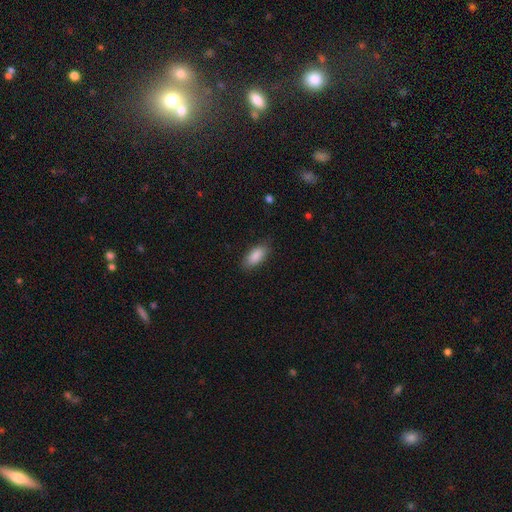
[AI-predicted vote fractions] smooth 88%, star or artifact 6%, featured or disk 5%. Down the decision tree: how rounded — in between (87%); merging — none (83%).